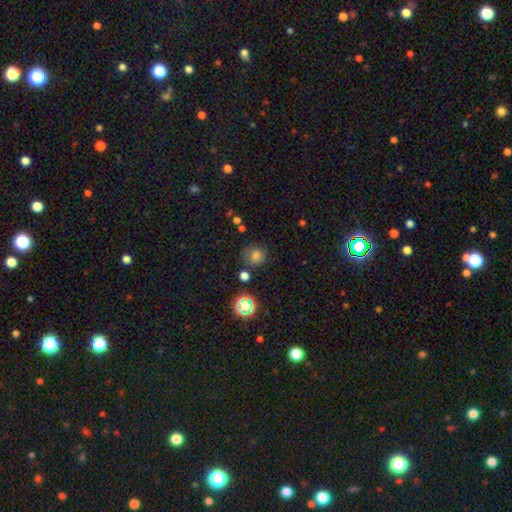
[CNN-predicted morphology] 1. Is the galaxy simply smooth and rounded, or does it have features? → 69% smooth, 22% star or artifact, 9% featured or disk.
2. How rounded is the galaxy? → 83% round, 16% in between, 1% cigar-shaped.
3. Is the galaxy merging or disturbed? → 73% none, 15% minor disturbance, 6% merger, 6% major disturbance.